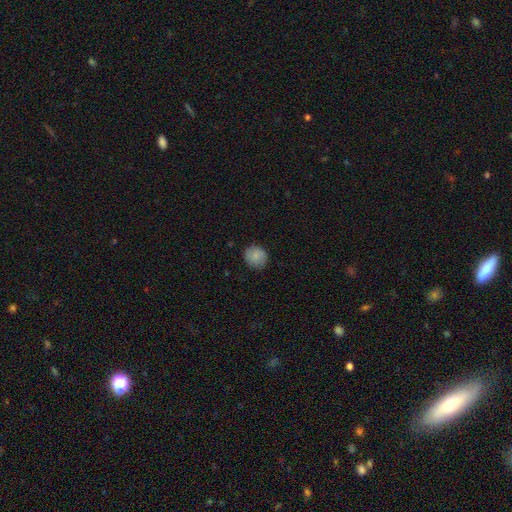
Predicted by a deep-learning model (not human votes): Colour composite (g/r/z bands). It shows a smooth galaxy with no disk features (84%) that is round (86%). Merging: none (85%).